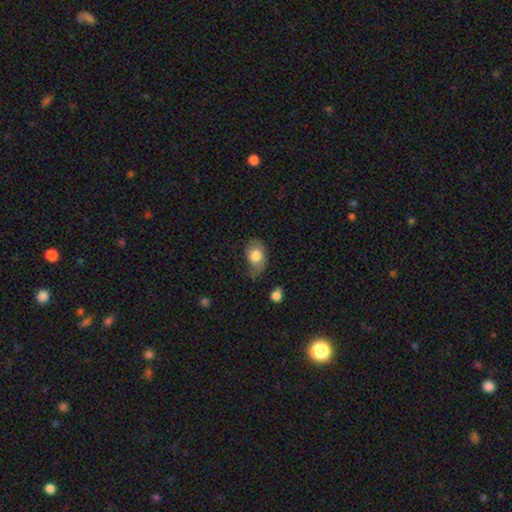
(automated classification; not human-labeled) Q: Smooth or featured?
A: smooth (77%); runner-up: featured or disk (16%)
Q: How rounded?
A: in between (83%); runner-up: round (16%)
Q: Merging?
A: none (50%); runner-up: minor disturbance (35%)